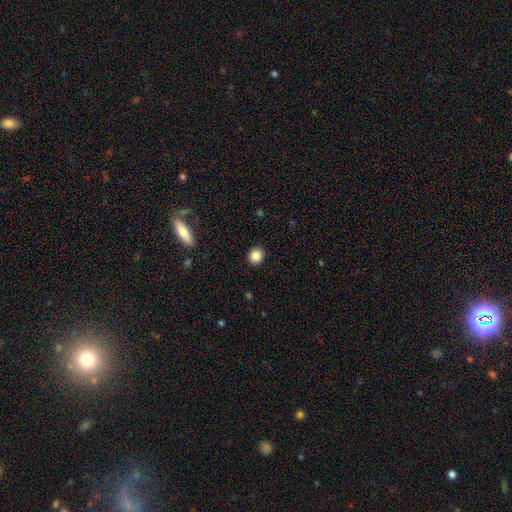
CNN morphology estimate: This appears to be a smooth galaxy with no disk features (85%) that is round (80%). Merging: none (92%).